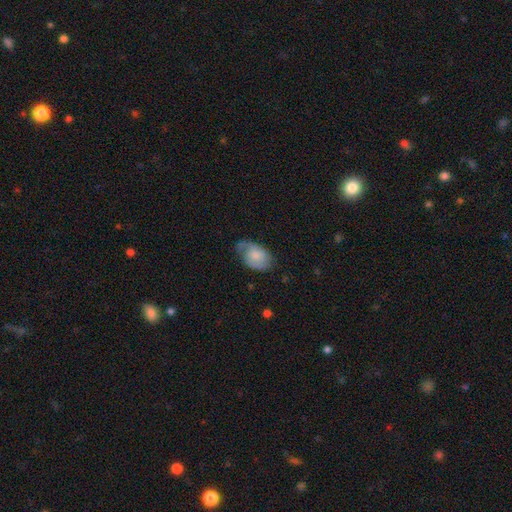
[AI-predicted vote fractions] A smooth galaxy with no disk features (52%) that is in between round and cigar-shaped (86%). Merging: none (47%).